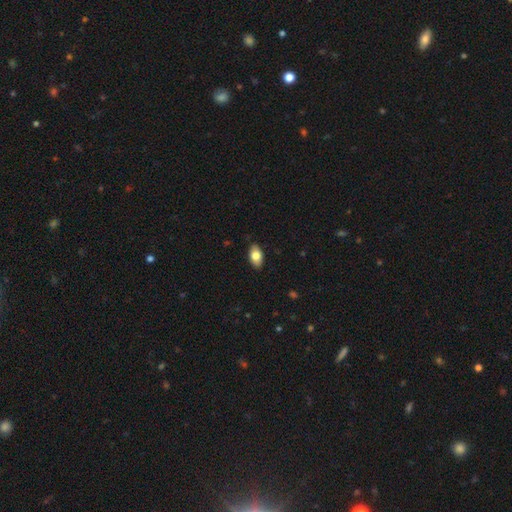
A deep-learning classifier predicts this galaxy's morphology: smooth-or-featured: smooth: 79% | featured or disk: 14% | star or artifact: 7%
  how-rounded: in between: 93% | round: 5% | cigar-shaped: 3%
  merging: none: 87% | minor disturbance: 10% | major disturbance: 2% | merger: 1%